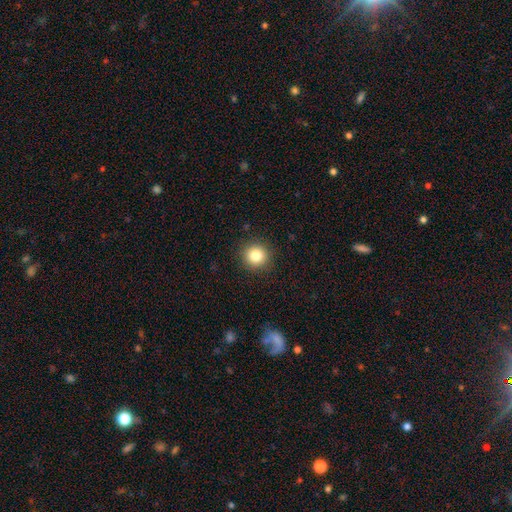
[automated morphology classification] A smooth galaxy with no disk features (83%) that is round (94%).

Vote fractions:
- Smooth or featured? smooth: 83% / star or artifact: 11% / featured or disk: 6%
- How rounded? round: 94% / in between: 6% / cigar-shaped: 1%
- Merging? none: 91% / minor disturbance: 6% / major disturbance: 2% / merger: 1%